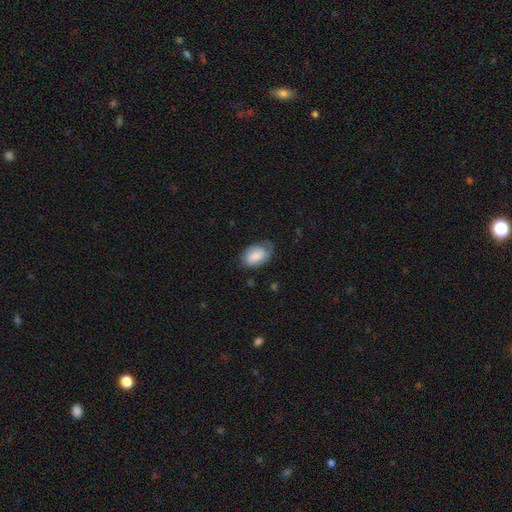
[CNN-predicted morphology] smooth-or-featured: smooth: 66% | featured or disk: 27% | star or artifact: 7%
  how-rounded: in between: 89% | round: 10% | cigar-shaped: 1%
  merging: none: 59% | minor disturbance: 30% | major disturbance: 10% | merger: 1%